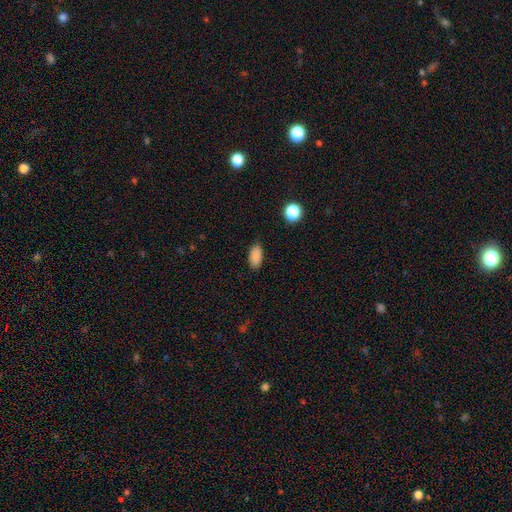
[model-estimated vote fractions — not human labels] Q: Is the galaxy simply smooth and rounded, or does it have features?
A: smooth — 86%.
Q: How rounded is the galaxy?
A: in between — 92%.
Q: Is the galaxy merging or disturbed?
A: none — 84%.